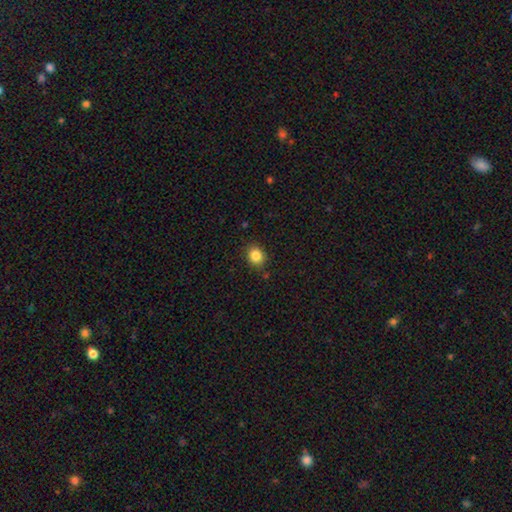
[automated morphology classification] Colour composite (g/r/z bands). It shows a smooth galaxy with no disk features (84%) that is round (64%). Merging: none (87%).